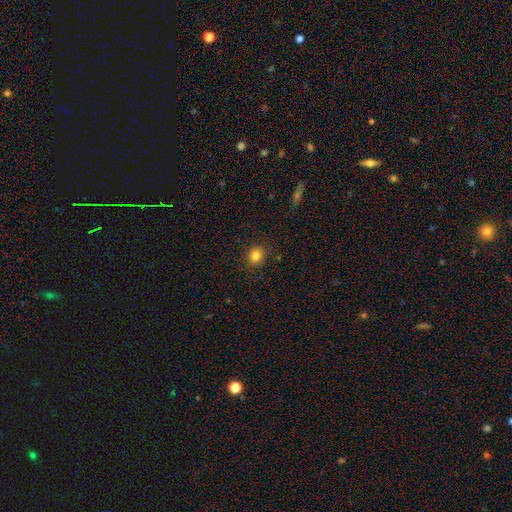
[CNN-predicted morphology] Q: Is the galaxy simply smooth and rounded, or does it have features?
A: smooth — 83%.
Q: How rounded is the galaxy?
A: round — 83%.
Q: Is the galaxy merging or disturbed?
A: none — 90%.